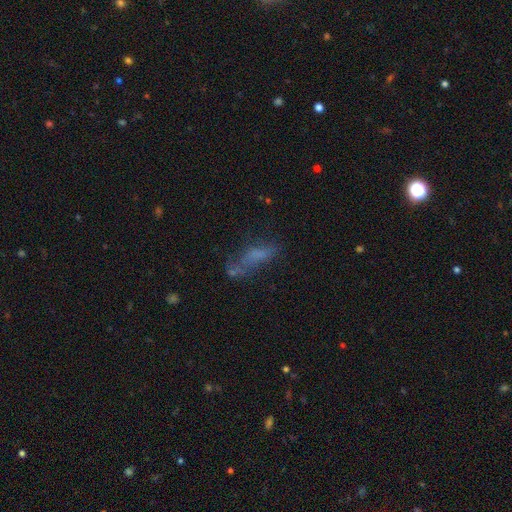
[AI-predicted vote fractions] Smooth or featured: smooth — 51% (featured or disk — 29%)
How rounded: in between — 51% (cigar-shaped — 45%)
Merging: none — 37% (major disturbance — 26%)